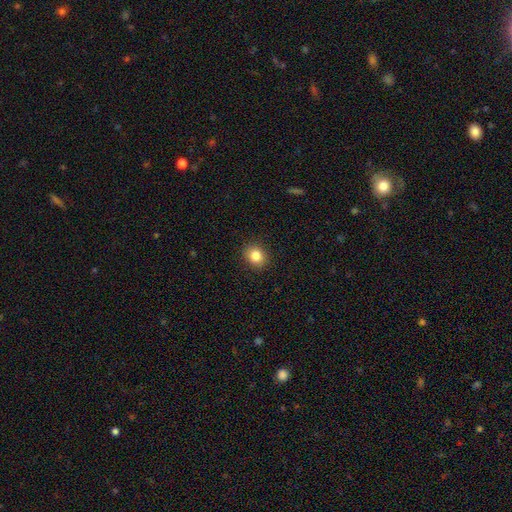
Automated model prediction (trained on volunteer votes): Smooth or featured?
  - smooth: 84% *
  - star or artifact: 10%
  - featured or disk: 6%
How rounded?
  - round: 67% *
  - in between: 32%
  - cigar-shaped: 1%
Merging?
  - none: 91% *
  - minor disturbance: 7%
  - major disturbance: 2%
  - merger: 1%